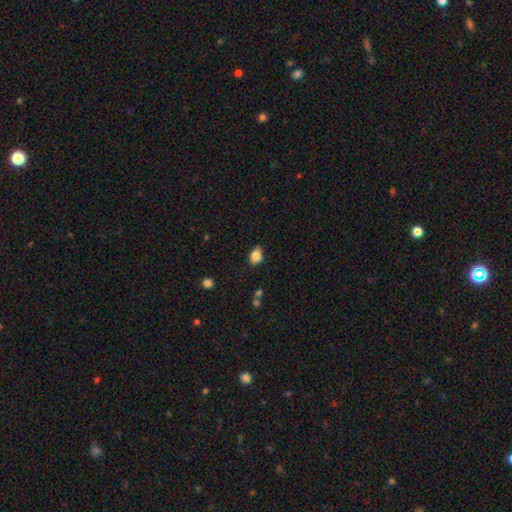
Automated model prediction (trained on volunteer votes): A smooth galaxy with no disk features (83%) that is in between round and cigar-shaped (79%).

Vote fractions:
- Smooth or featured? smooth: 83% / star or artifact: 9% / featured or disk: 8%
- How rounded? in between: 79% / round: 20% / cigar-shaped: 1%
- Merging? none: 80% / minor disturbance: 16% / major disturbance: 3% / merger: 2%